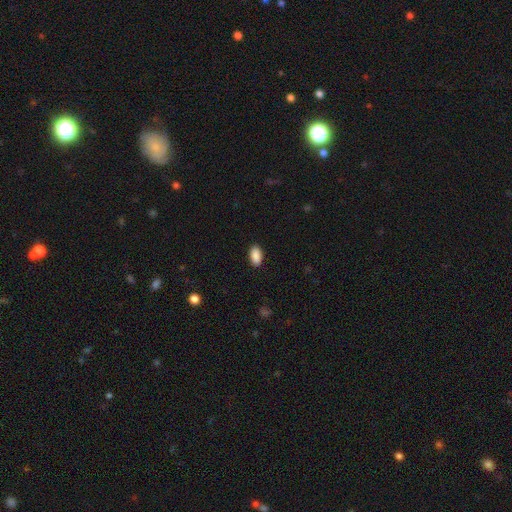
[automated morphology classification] type=smooth (90%); roundness=in between (94%); merging=none (89%).